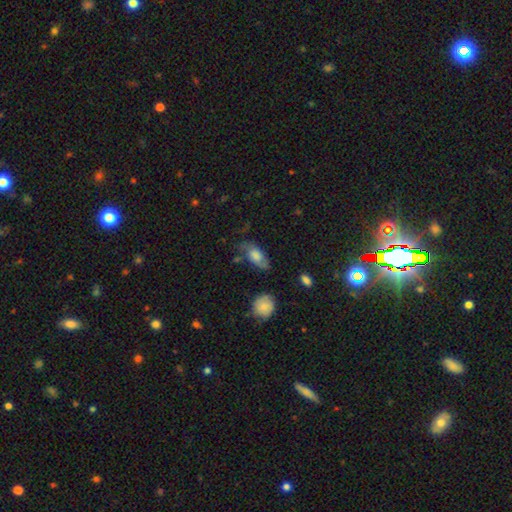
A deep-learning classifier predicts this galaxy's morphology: smooth-or-featured: smooth: 59% | featured or disk: 33% | star or artifact: 8%
  how-rounded: in between: 86% | cigar-shaped: 9% | round: 6%
  merging: none: 54% | minor disturbance: 28% | major disturbance: 14% | merger: 4%